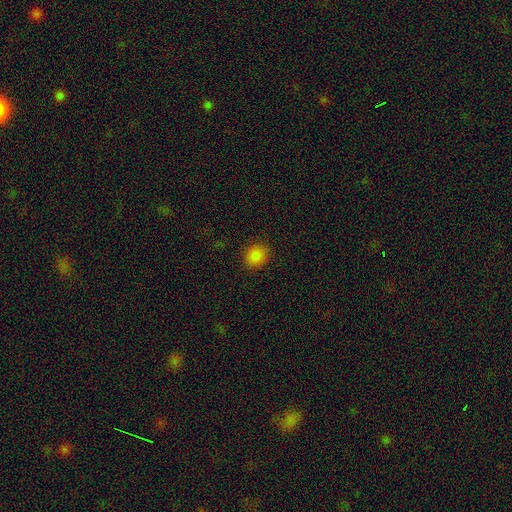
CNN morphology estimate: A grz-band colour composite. It shows a smooth galaxy with no disk features (84%) that is round (74%). Merging: none (89%).